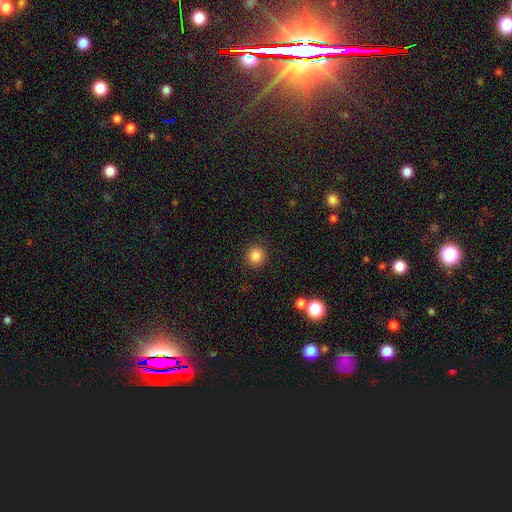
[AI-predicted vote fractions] A smooth galaxy with no disk features (85%) that is round (90%).

Vote fractions:
- Smooth or featured? smooth: 85% / star or artifact: 11% / featured or disk: 4%
- How rounded? round: 90% / in between: 9% / cigar-shaped: 1%
- Merging? none: 91% / minor disturbance: 6% / major disturbance: 2% / merger: 1%